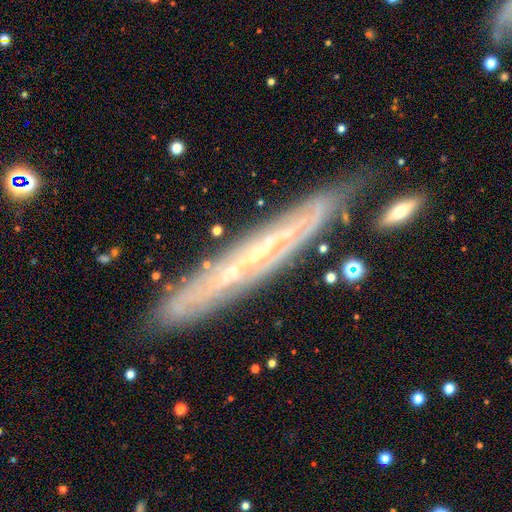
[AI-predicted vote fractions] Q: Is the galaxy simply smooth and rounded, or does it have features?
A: featured or disk — 74%.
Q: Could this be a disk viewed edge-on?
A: yes — 73%.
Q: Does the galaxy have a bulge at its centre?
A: none — 69%.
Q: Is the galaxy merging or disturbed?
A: none — 78%.